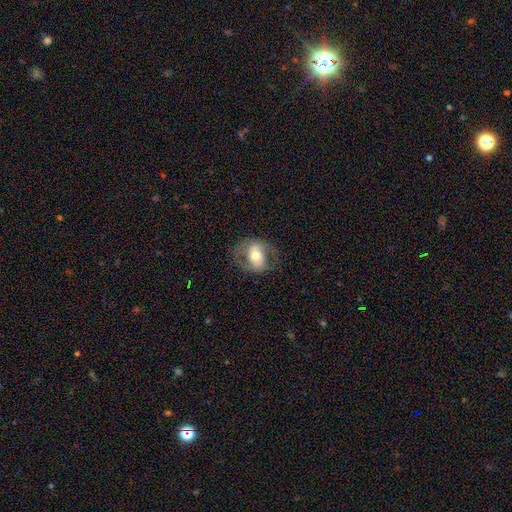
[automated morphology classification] featured or disk 53%, smooth 40%, star or artifact 7%. Down the decision tree: edge-on disk — no (93%); merging — none (68%).